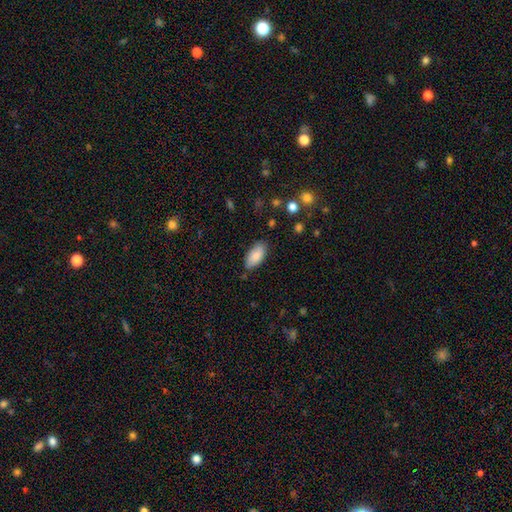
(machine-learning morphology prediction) Smooth or featured? Predicted: smooth (p=0.86). How rounded? Predicted: in between (p=0.93). Merging? Predicted: none (p=0.81).